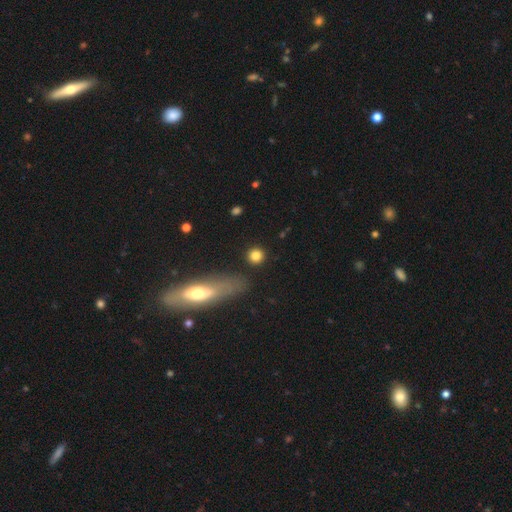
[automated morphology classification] A smooth galaxy with no disk features (82%) that is round (90%). Merging: none (86%).